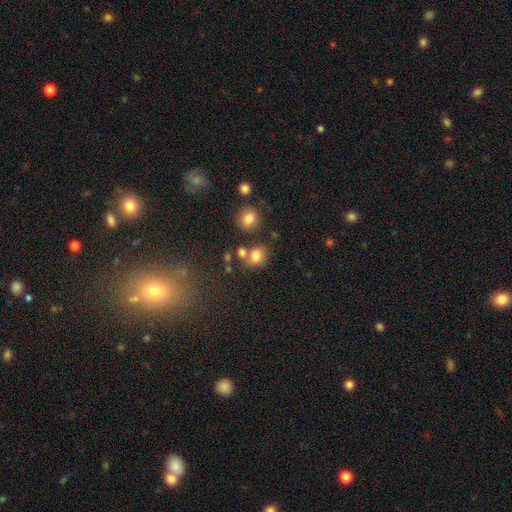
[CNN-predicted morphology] type=smooth (77%); roundness=round (51%); merging=none (53%).